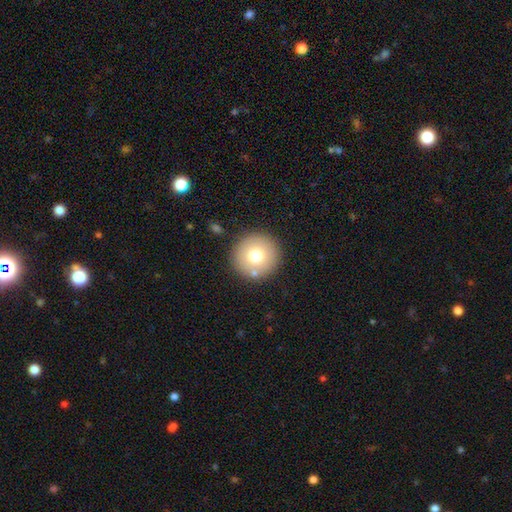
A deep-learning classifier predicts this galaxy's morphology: smooth_or_featured: smooth (p=0.72) [alt: featured or disk p=0.16]
how_rounded: round (p=0.96) [alt: in between p=0.03]
merging: none (p=0.87) [alt: minor disturbance p=0.07]